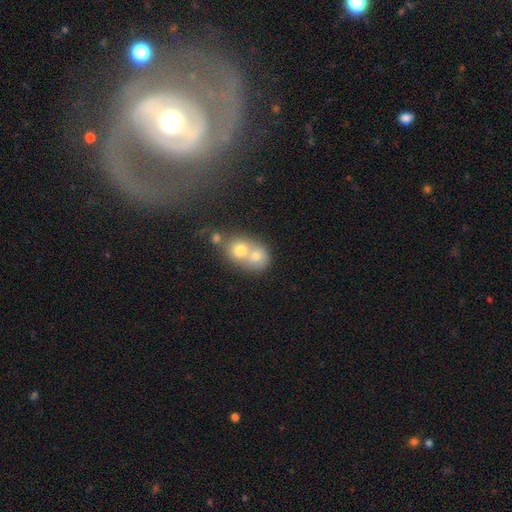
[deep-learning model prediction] Smooth or featured?
  - smooth: 69% *
  - featured or disk: 20%
  - star or artifact: 11%
How rounded?
  - round: 67% *
  - in between: 32%
  - cigar-shaped: 1%
Merging?
  - merger: 70% *
  - none: 22%
  - minor disturbance: 5%
  - major disturbance: 3%